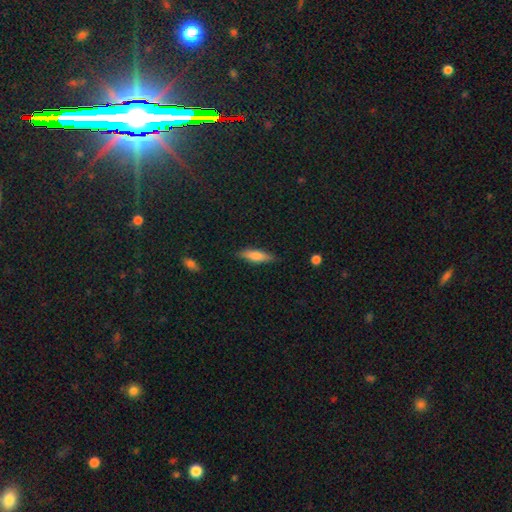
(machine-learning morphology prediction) smooth-or-featured: smooth: 72% | featured or disk: 22% | star or artifact: 7%
  how-rounded: cigar-shaped: 64% | in between: 34% | round: 2%
  merging: none: 85% | minor disturbance: 12% | major disturbance: 2% | merger: 1%